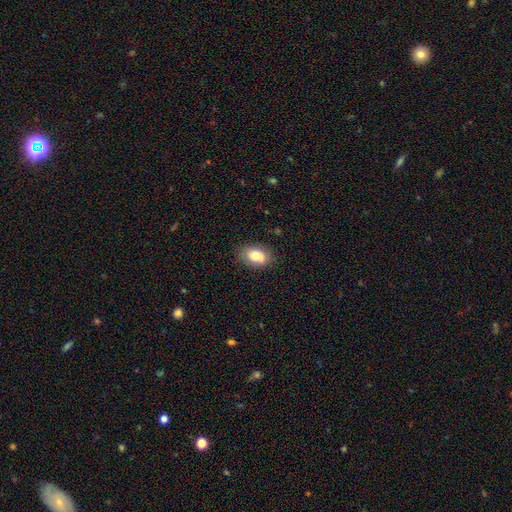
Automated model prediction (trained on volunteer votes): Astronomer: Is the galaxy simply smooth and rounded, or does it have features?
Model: smooth — 76%.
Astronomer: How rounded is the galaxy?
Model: in between — 86%.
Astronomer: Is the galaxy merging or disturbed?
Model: none — 81%.